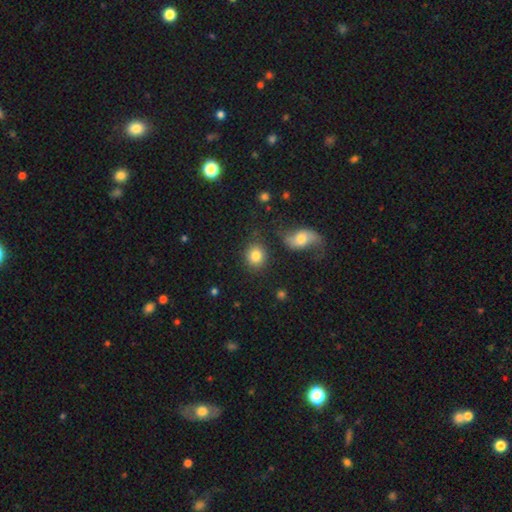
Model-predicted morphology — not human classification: A smooth galaxy with no disk features (83%) that is round (73%). Merging: none (81%).